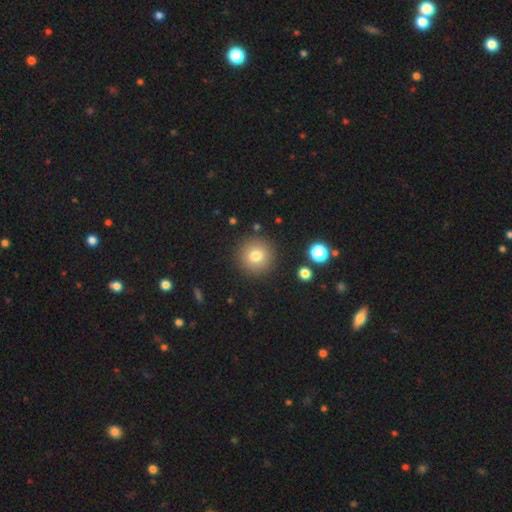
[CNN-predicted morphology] Smooth or featured? Predicted: smooth (p=0.78). How rounded? Predicted: round (p=0.94). Merging? Predicted: none (p=0.89).